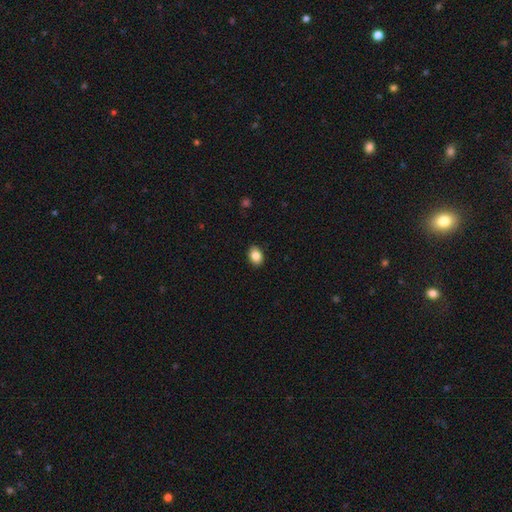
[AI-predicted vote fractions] Morphology: type=smooth (85%); roundness=in between (75%); merging=none (90%).